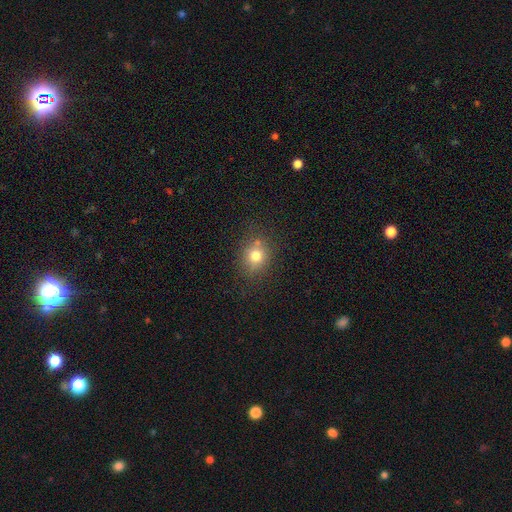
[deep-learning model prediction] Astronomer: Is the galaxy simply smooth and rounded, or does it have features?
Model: smooth — 75%.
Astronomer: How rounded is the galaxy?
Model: round — 68%.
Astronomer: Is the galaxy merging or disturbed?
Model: none — 72%.